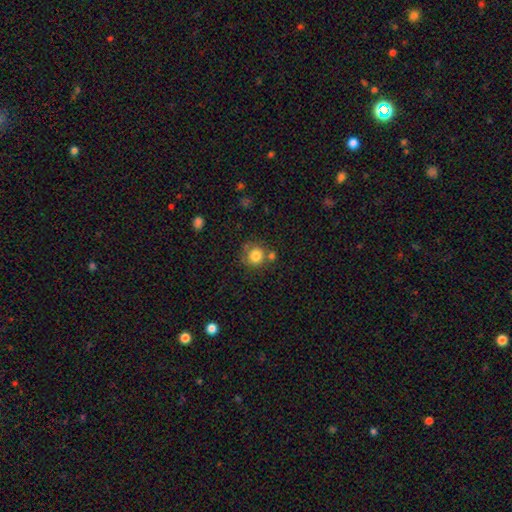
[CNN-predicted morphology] Smooth or featured? Predicted: smooth (p=0.80). How rounded? Predicted: round (p=0.90). Merging? Predicted: none (p=0.62).